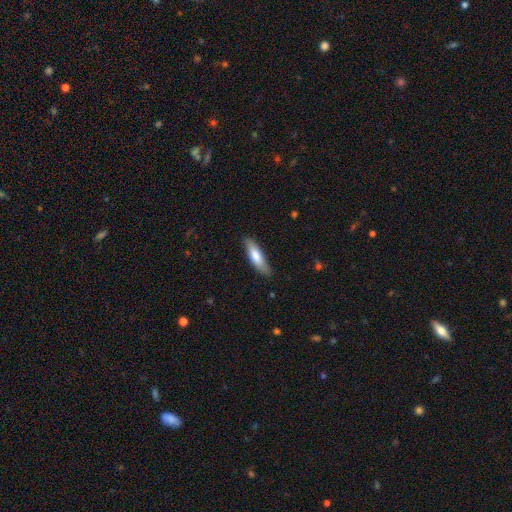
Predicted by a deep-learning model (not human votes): smooth-or-featured: smooth: 74% | featured or disk: 21% | star or artifact: 5%
  how-rounded: cigar-shaped: 61% | in between: 38% | round: 2%
  merging: none: 83% | minor disturbance: 13% | major disturbance: 2% | merger: 1%